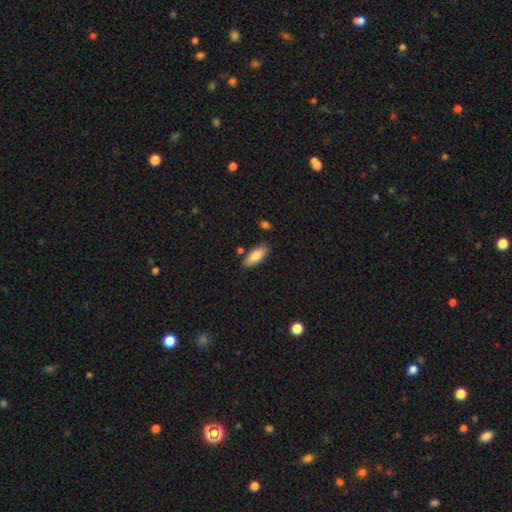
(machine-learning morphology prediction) Q: Smooth or featured?
A: smooth (83%); runner-up: featured or disk (11%)
Q: How rounded?
A: in between (80%); runner-up: cigar-shaped (18%)
Q: Merging?
A: none (81%); runner-up: minor disturbance (12%)